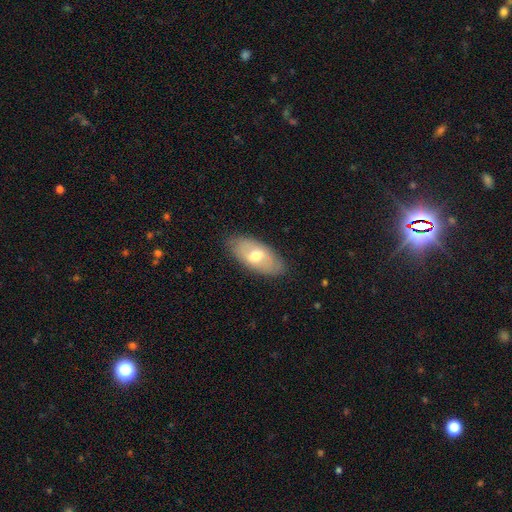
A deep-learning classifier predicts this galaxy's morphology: Smooth or featured: smooth — 55% (featured or disk — 39%)
How rounded: in between — 90% (cigar-shaped — 7%)
Merging: none — 82% (minor disturbance — 13%)